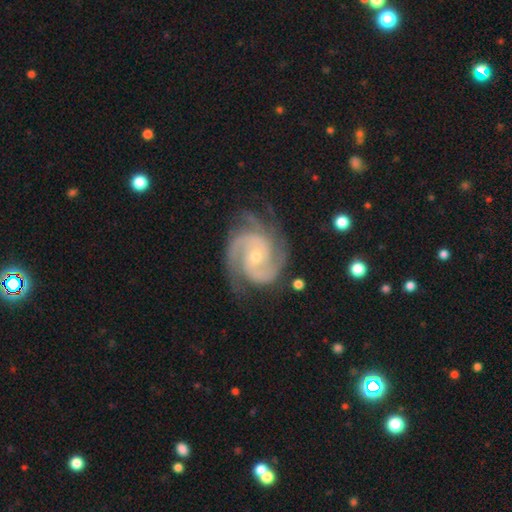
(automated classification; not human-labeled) featured or disk 93%, star or artifact 4%, smooth 3%. Down the decision tree: edge-on disk — no (98%); bar — no (66%); spiral arms — yes (99%); spiral arm count — 2 (42%); spiral winding — tight (52%); bulge size — small (65%); merging — none (74%).